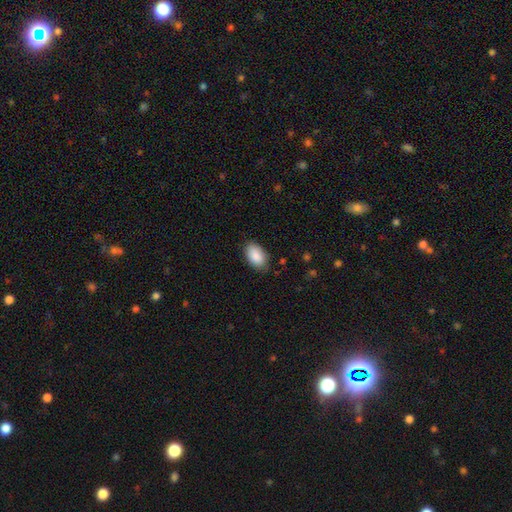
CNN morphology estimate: This appears to be a smooth galaxy with no disk features (89%) that is in between round and cigar-shaped (93%). Merging: none (81%).